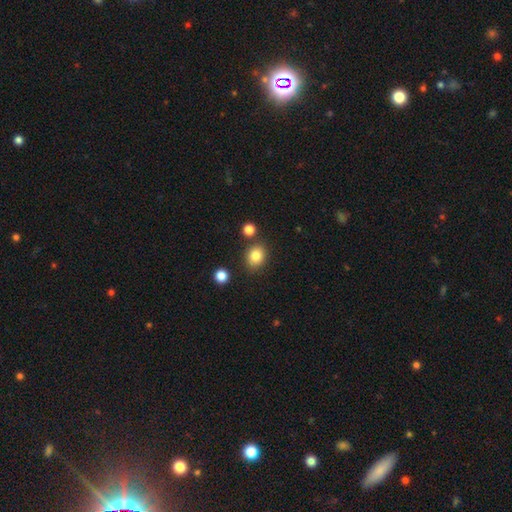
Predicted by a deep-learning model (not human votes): This appears to be a smooth galaxy with no disk features (84%) that is round (61%). Merging: none (79%).